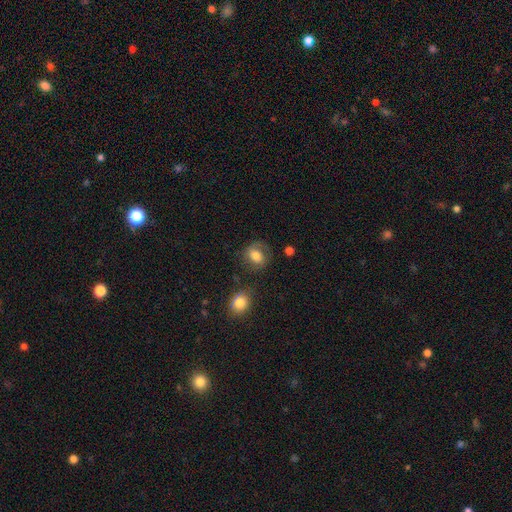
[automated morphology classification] Smooth or featured? Predicted: smooth (p=0.71). How rounded? Predicted: round (p=0.56). Merging? Predicted: none (p=0.63).